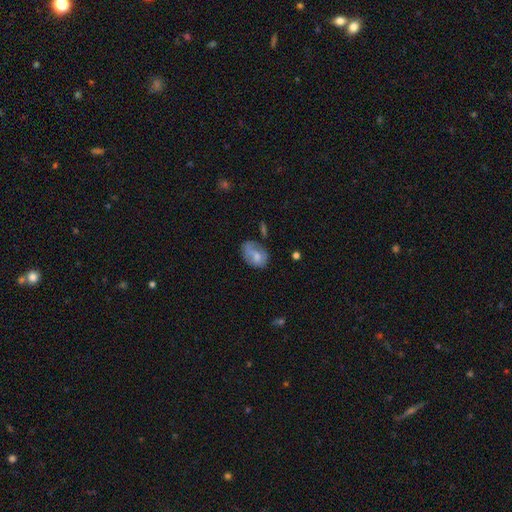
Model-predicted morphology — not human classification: Q: Smooth or featured?
A: smooth (62%); runner-up: featured or disk (30%)
Q: How rounded?
A: in between (79%); runner-up: round (20%)
Q: Merging?
A: none (47%); runner-up: minor disturbance (32%)